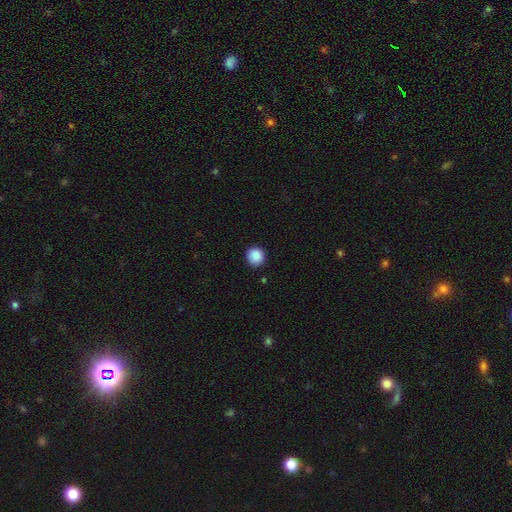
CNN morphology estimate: Smooth or featured?
  - smooth: 88% *
  - star or artifact: 9%
  - featured or disk: 3%
How rounded?
  - round: 93% *
  - in between: 6%
  - cigar-shaped: 1%
Merging?
  - none: 90% *
  - minor disturbance: 7%
  - major disturbance: 2%
  - merger: 1%